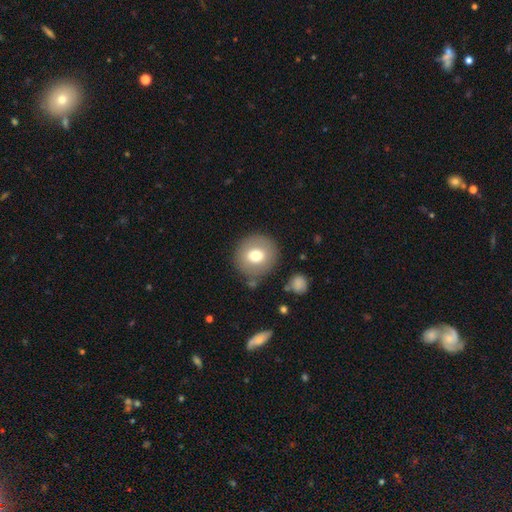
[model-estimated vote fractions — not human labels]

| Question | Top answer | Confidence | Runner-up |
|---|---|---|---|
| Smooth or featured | smooth | 72% | featured or disk (19%) |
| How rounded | round | 89% | in between (10%) |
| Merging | none | 82% | minor disturbance (11%) |